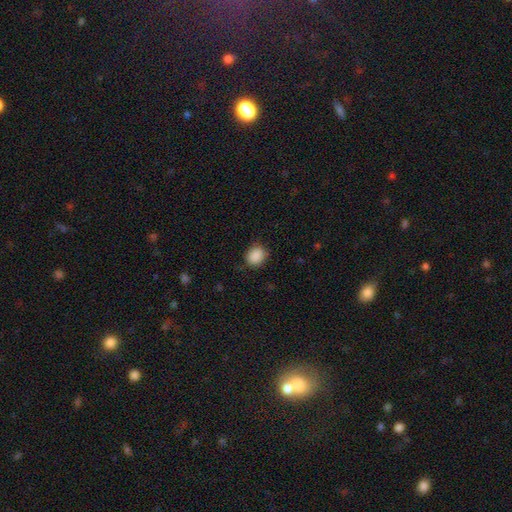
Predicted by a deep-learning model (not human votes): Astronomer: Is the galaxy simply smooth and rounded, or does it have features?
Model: smooth — 89%.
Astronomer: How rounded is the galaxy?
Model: round — 60% (runner-up: in between, 39%).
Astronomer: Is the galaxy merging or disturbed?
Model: none — 83%.